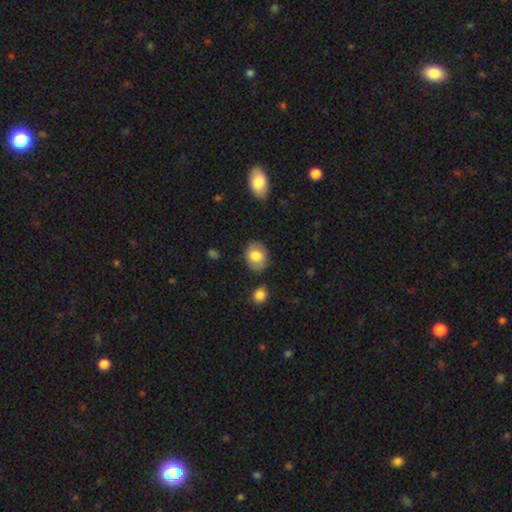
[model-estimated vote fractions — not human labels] Smooth or featured: smooth — 77% (featured or disk — 15%)
How rounded: in between — 53% (round — 46%)
Merging: none — 79% (minor disturbance — 15%)